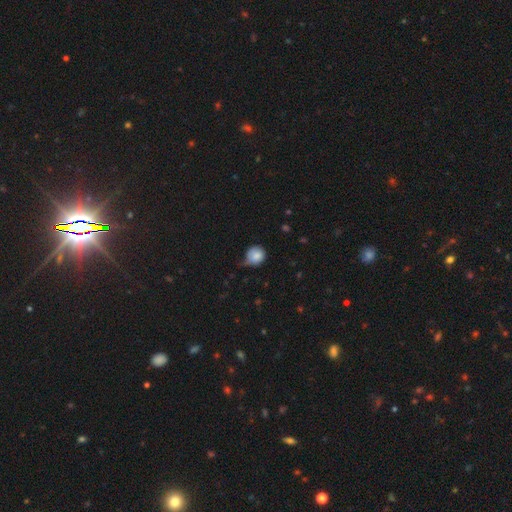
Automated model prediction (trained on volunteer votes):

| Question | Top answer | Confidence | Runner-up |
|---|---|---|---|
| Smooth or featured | smooth | 82% | featured or disk (10%) |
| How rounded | round | 83% | in between (16%) |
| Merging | minor disturbance | 43% | none (40%) |